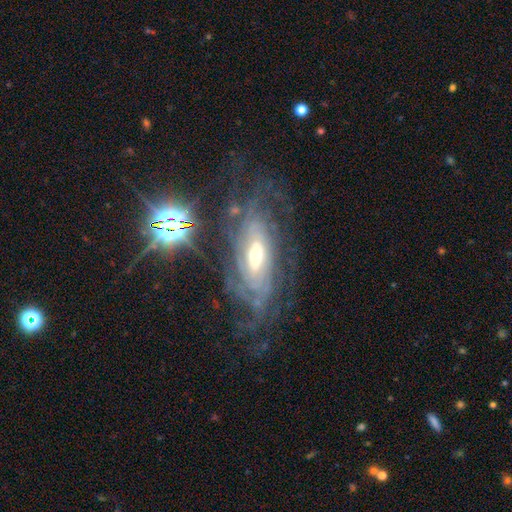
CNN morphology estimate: Smooth or featured: featured or disk — 80% (star or artifact — 12%)
Edge-on disk: no — 89% (yes — 11%)
Bar: no — 45% (weak — 37%)
Spiral arms: yes — 93% (no — 7%)
Spiral winding: tight — 67% (medium — 26%)
Spiral arm count: can't tell — 54% (3 — 12%)
Bulge size: moderate — 58% (small — 31%)
Merging: none — 65% (minor disturbance — 18%)